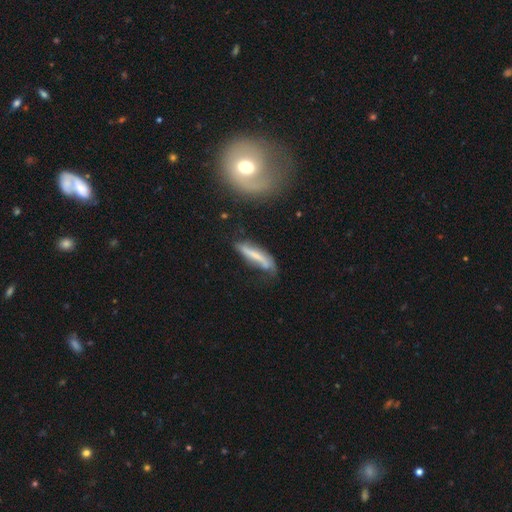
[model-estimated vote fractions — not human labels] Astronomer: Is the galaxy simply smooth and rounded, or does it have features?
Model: smooth — 51% (runner-up: featured or disk, 41%).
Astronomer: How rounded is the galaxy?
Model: cigar-shaped — 78%.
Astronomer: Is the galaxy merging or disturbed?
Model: none — 45% (runner-up: minor disturbance, 30%).